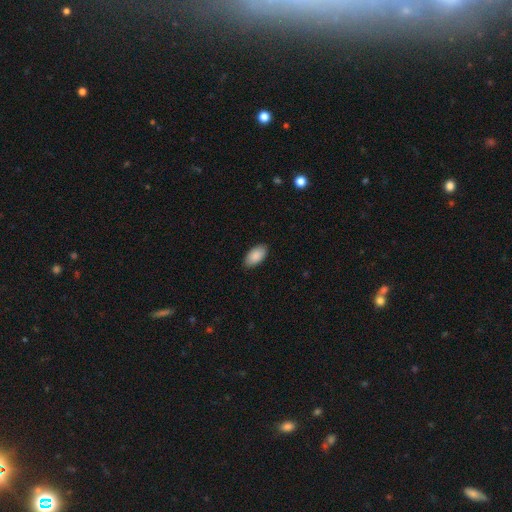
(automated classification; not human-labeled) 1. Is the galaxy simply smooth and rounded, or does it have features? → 89% smooth, 6% star or artifact, 5% featured or disk.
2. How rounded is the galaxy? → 95% in between, 3% round, 2% cigar-shaped.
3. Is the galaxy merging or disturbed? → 88% none, 9% minor disturbance, 2% major disturbance, 1% merger.